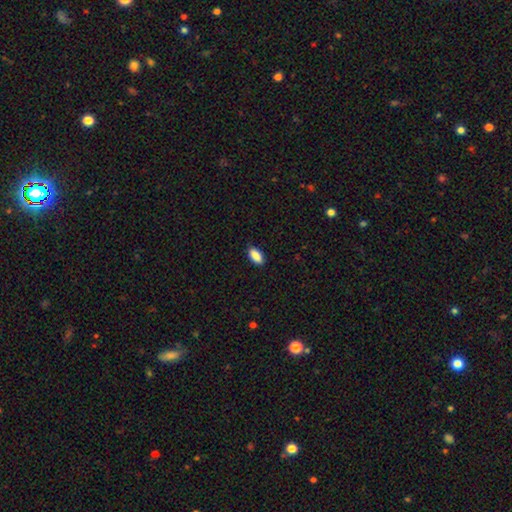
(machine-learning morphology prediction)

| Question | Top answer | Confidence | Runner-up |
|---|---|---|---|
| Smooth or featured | smooth | 90% | star or artifact (7%) |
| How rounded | in between | 91% | cigar-shaped (6%) |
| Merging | none | 88% | minor disturbance (9%) |